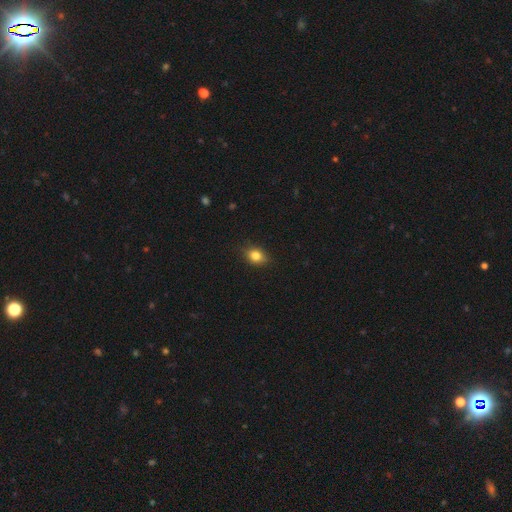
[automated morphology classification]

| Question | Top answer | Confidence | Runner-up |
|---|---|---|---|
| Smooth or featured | smooth | 79% | star or artifact (10%) |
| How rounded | in between | 60% | round (38%) |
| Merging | none | 82% | minor disturbance (14%) |